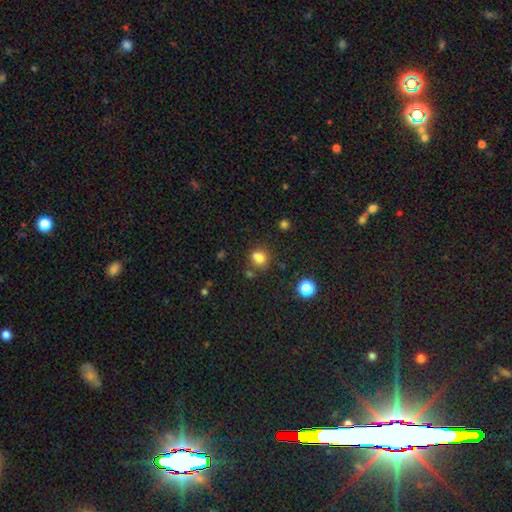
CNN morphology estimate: This is likely a smooth galaxy (77%). How rounded: likely round (66%). Merging: possibly none (58%).